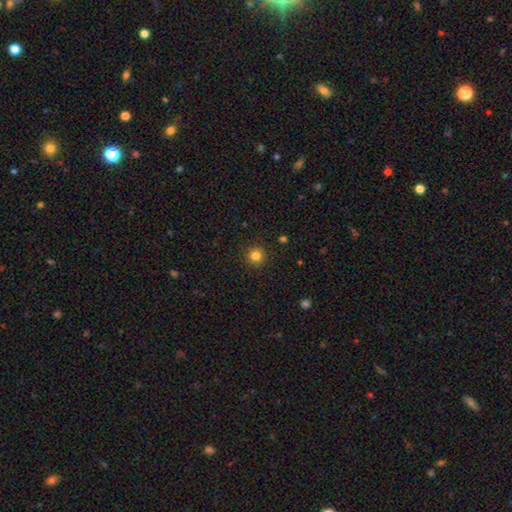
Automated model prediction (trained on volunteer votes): Q: Smooth or featured?
A: smooth (83%); runner-up: star or artifact (12%)
Q: How rounded?
A: round (94%); runner-up: in between (5%)
Q: Merging?
A: none (91%); runner-up: minor disturbance (5%)